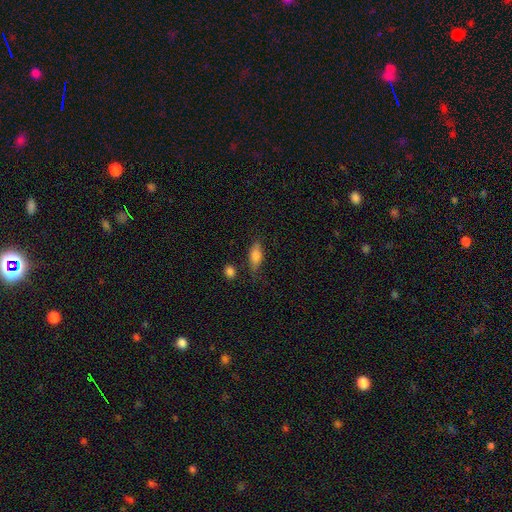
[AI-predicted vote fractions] This is likely a smooth galaxy (75%). How rounded: likely in between (76%). Merging: likely none (65%).